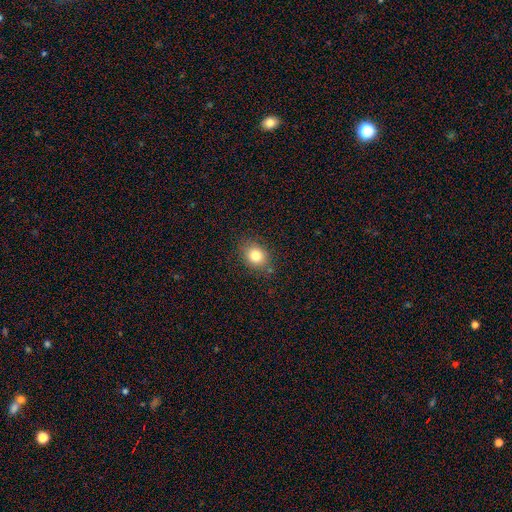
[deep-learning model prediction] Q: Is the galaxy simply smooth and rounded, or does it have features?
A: smooth — 80%.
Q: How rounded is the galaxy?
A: round — 55%.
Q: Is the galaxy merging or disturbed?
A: none — 82%.